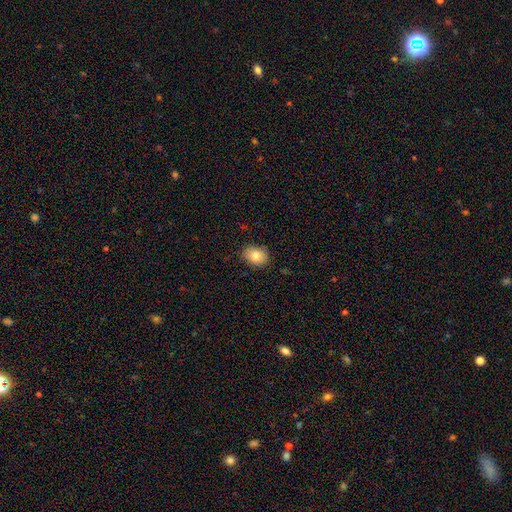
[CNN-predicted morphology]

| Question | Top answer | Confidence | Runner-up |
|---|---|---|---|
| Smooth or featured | smooth | 84% | star or artifact (8%) |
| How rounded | in between | 52% | round (47%) |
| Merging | none | 82% | minor disturbance (15%) |